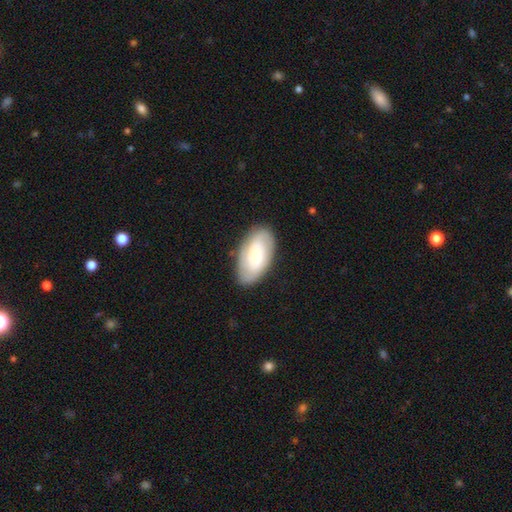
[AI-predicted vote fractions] Smooth or featured: smooth — 47% (featured or disk — 46%)
Merging: none — 83% (minor disturbance — 13%)